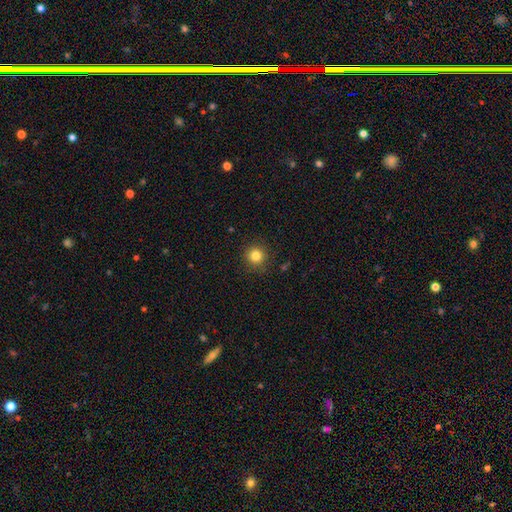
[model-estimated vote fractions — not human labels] Smooth or featured: smooth — 83% (star or artifact — 12%)
How rounded: round — 94% (in between — 5%)
Merging: none — 90% (minor disturbance — 7%)